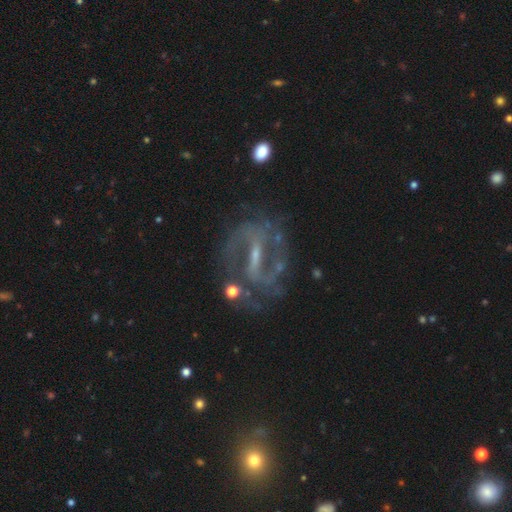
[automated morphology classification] Smooth or featured: featured or disk — 87% (star or artifact — 8%)
Edge-on disk: no — 95% (yes — 5%)
Bar: strong — 56% (weak — 34%)
Spiral arms: yes — 92% (no — 8%)
Spiral winding: medium — 50% (loose — 28%)
Spiral arm count: 2 — 84% (can't tell — 7%)
Bulge size: small — 61% (moderate — 19%)
Merging: none — 70% (minor disturbance — 15%)